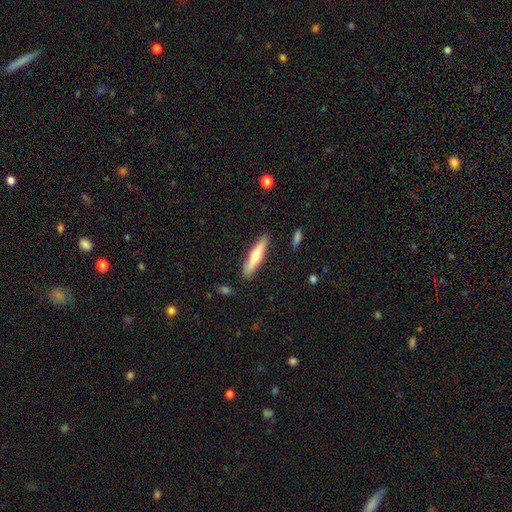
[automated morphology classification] This appears to be a smooth galaxy with no disk features (51%) that is cigar-shaped (83%). Merging: none (87%).